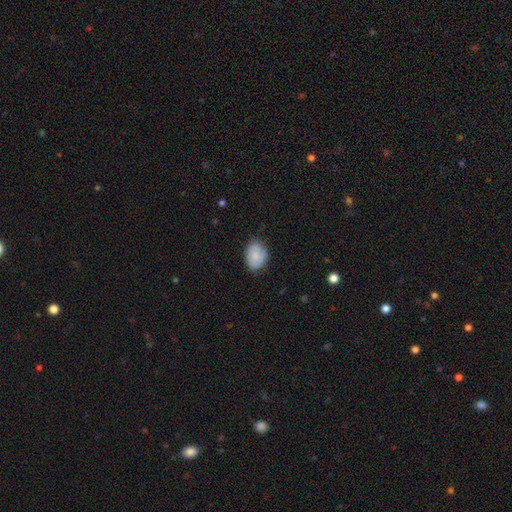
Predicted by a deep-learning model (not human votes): smooth-or-featured: smooth: 82% | featured or disk: 11% | star or artifact: 7%
  how-rounded: in between: 75% | round: 24% | cigar-shaped: 1%
  merging: none: 73% | minor disturbance: 22% | major disturbance: 4% | merger: 1%